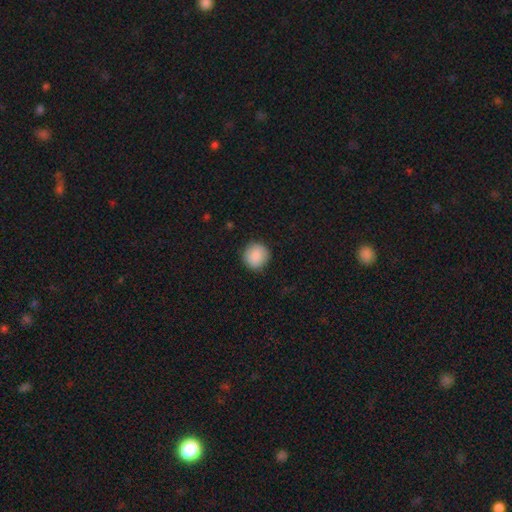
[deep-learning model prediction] Smooth or featured?
  - smooth: 86% *
  - star or artifact: 7%
  - featured or disk: 7%
How rounded?
  - round: 92% *
  - in between: 7%
  - cigar-shaped: 1%
Merging?
  - none: 88% *
  - minor disturbance: 9%
  - major disturbance: 2%
  - merger: 1%